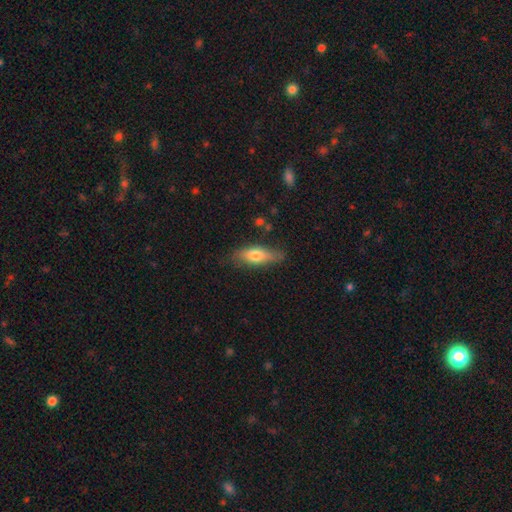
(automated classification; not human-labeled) smooth 70%, featured or disk 23%, star or artifact 6%. Down the decision tree: how rounded — in between (65%); merging — none (72%).